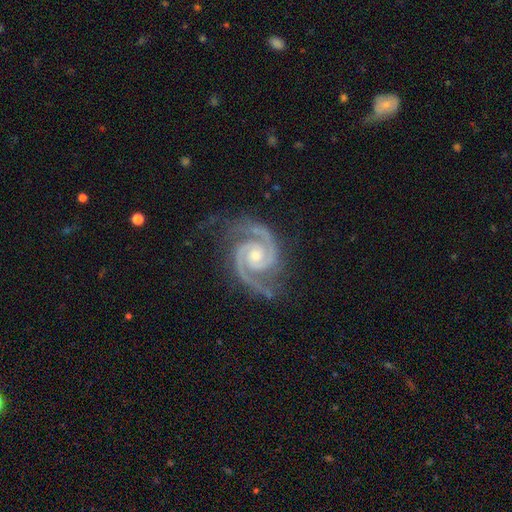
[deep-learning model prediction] Smooth or featured?
  - featured or disk: 94% *
  - star or artifact: 4%
  - smooth: 2%
Edge-on disk?
  - no: 98% *
  - yes: 2%
Bar?
  - no: 67% *
  - weak: 25%
  - strong: 9%
Spiral arms?
  - yes: 99% *
  - no: 1%
Spiral winding?
  - tight: 54% *
  - medium: 42%
  - loose: 4%
Spiral arm count?
  - 2: 91% *
  - 3: 4%
  - can't tell: 1%
  - 4: 1%
  - 1: 1%
  - more than 4: 1%
Bulge size?
  - moderate: 52% *
  - small: 43%
  - large: 2%
  - none: 2%
  - dominant: 1%
Merging?
  - none: 75% *
  - minor disturbance: 18%
  - major disturbance: 5%
  - merger: 1%